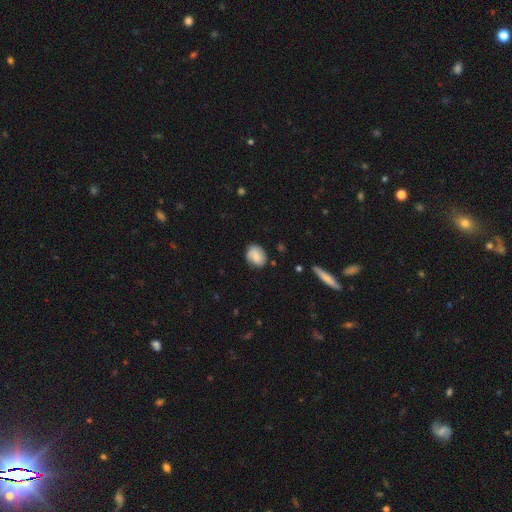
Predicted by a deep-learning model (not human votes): Overall: smooth (67%). How rounded: in between (51%; round 48%). Merging: none (74%).